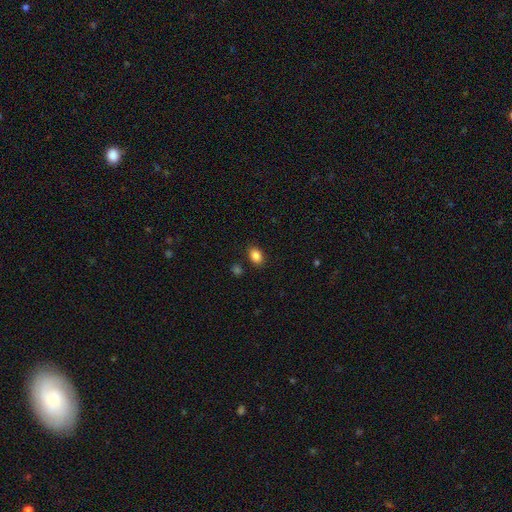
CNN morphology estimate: Smooth or featured?
  - smooth: 86% *
  - star or artifact: 10%
  - featured or disk: 5%
How rounded?
  - in between: 73% *
  - round: 26%
  - cigar-shaped: 1%
Merging?
  - none: 85% *
  - minor disturbance: 9%
  - merger: 3%
  - major disturbance: 3%